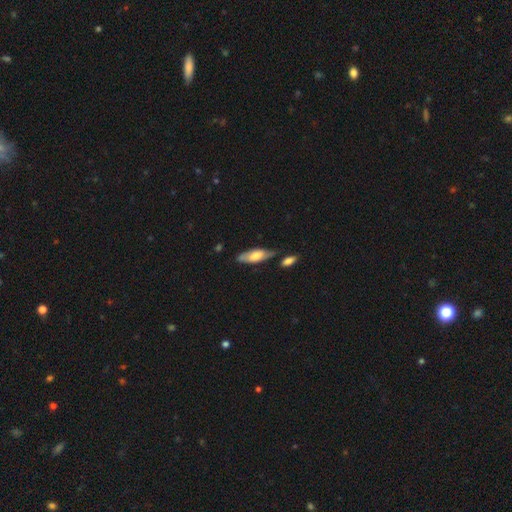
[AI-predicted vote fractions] Overall: smooth (56%; featured or disk 37%). How rounded: in between (62%; cigar-shaped 36%). Merging: none (64%).